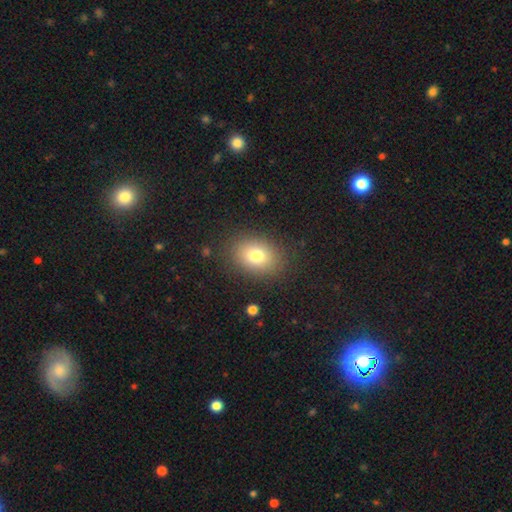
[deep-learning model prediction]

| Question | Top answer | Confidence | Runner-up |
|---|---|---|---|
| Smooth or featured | smooth | 77% | star or artifact (12%) |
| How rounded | in between | 59% | round (40%) |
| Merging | none | 85% | minor disturbance (9%) |